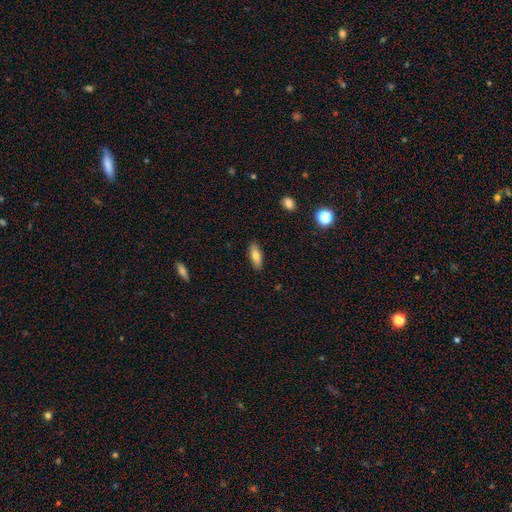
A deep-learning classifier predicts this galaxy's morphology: Smooth or featured? smooth (78%)
How rounded? in between (64%)
Merging? none (88%)